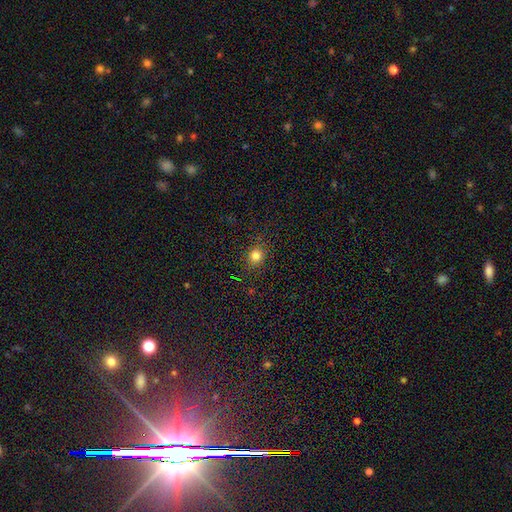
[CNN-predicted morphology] Q: Smooth or featured?
A: smooth (80%); runner-up: star or artifact (14%)
Q: How rounded?
A: round (82%); runner-up: in between (17%)
Q: Merging?
A: none (88%); runner-up: minor disturbance (8%)